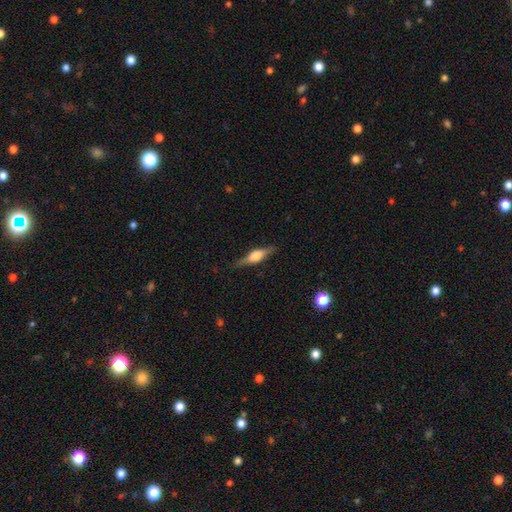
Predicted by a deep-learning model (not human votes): A featured or disk galaxy (64%) viewed edge-on (96%) with a rounded central bulge (88%). Merging: none (86%).